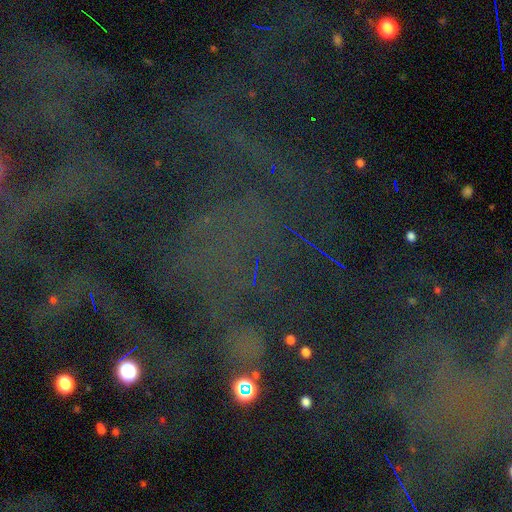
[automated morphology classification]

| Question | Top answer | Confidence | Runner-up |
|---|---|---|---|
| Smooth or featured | star or artifact | 74% | featured or disk (14%) |